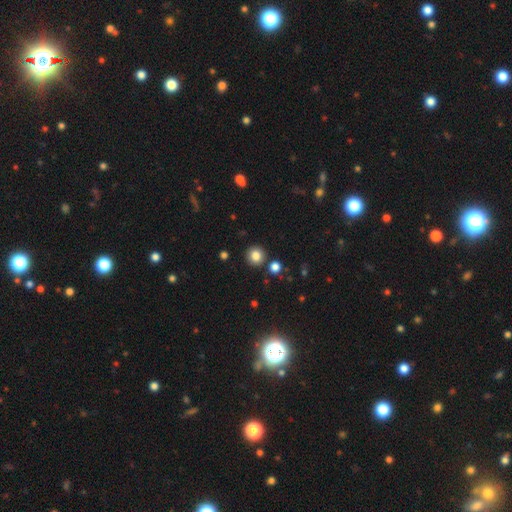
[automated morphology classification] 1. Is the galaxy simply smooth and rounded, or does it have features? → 84% smooth, 11% star or artifact, 6% featured or disk.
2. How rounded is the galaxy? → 93% round, 6% in between, 1% cigar-shaped.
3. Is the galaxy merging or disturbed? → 86% none, 6% minor disturbance, 5% merger, 2% major disturbance.